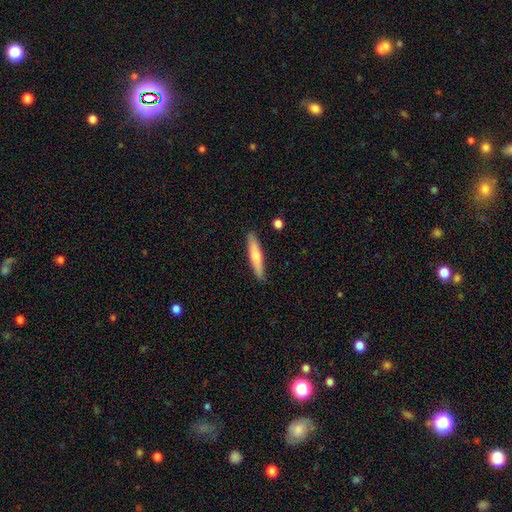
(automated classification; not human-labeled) smooth-or-featured: smooth: 64% | featured or disk: 31% | star or artifact: 5%
  how-rounded: cigar-shaped: 89% | in between: 9% | round: 1%
  merging: none: 89% | minor disturbance: 8% | major disturbance: 2% | merger: 2%